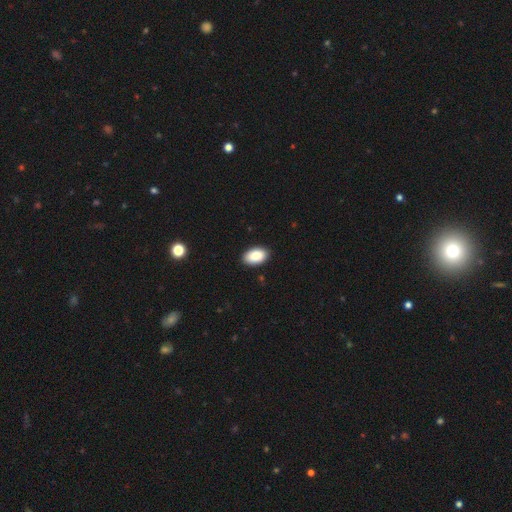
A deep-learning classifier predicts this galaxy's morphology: Q: Smooth or featured?
A: smooth (88%); runner-up: star or artifact (7%)
Q: How rounded?
A: in between (94%); runner-up: round (5%)
Q: Merging?
A: none (90%); runner-up: minor disturbance (8%)